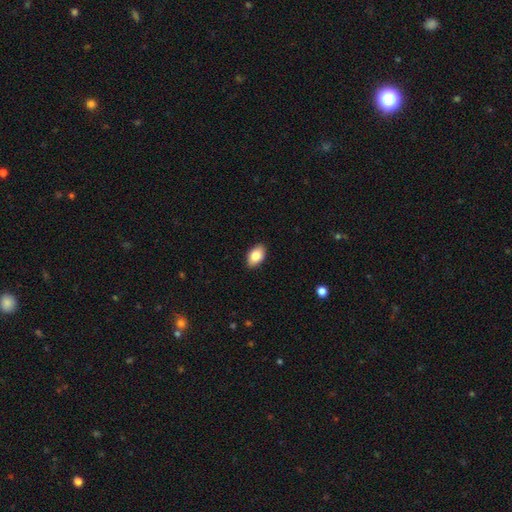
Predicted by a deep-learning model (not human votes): This is clearly a smooth galaxy (85%). How rounded: clearly in between (91%). Merging: clearly none (89%).